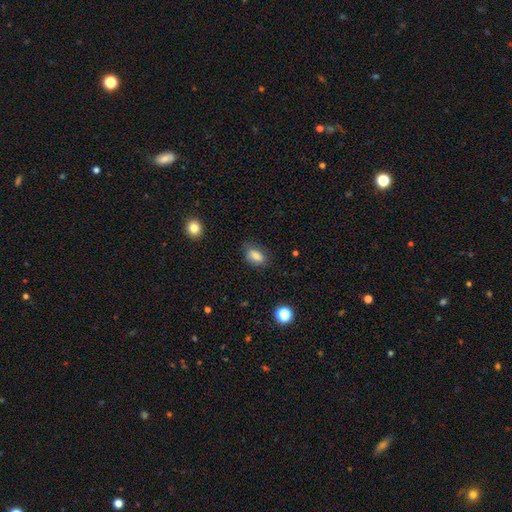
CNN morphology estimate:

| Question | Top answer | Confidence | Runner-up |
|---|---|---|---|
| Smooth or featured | smooth | 81% | star or artifact (10%) |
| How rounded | in between | 84% | round (12%) |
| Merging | none | 69% | minor disturbance (24%) |